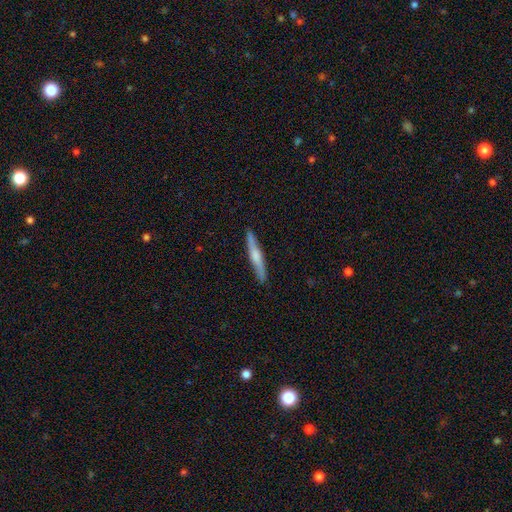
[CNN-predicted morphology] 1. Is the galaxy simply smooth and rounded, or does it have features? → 52% featured or disk, 43% smooth, 6% star or artifact.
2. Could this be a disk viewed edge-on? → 94% yes, 6% no.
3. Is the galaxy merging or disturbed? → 88% none, 9% minor disturbance, 2% major disturbance, 1% merger.